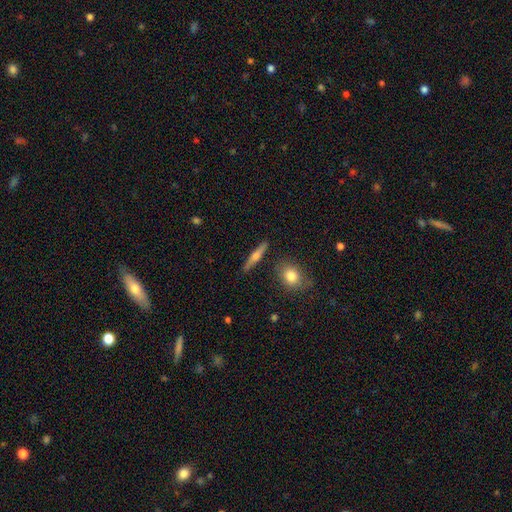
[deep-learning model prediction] Overall: featured or disk (47%; smooth 46%). Merging: none (87%).